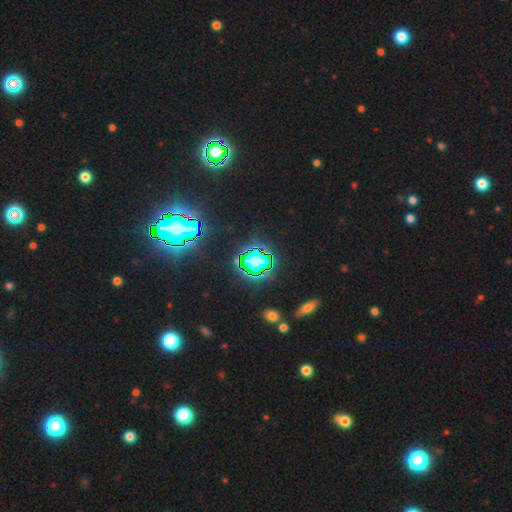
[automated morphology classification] Smooth or featured: star or artifact — 73% (smooth — 17%)